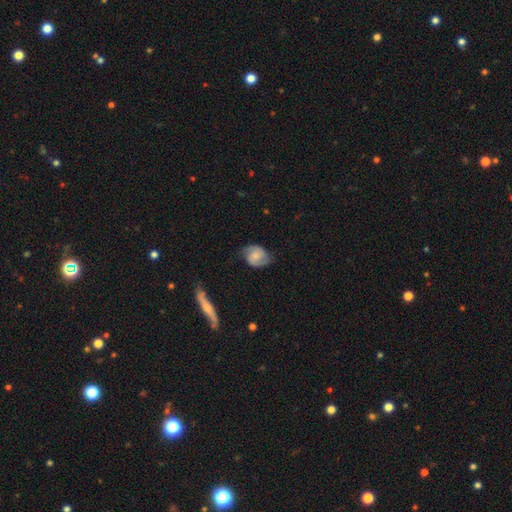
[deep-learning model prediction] featured or disk 66%, smooth 28%, star or artifact 7%. Down the decision tree: edge-on disk — no (97%); bar — no (56%); spiral arms — yes (92%); spiral arm count — 2 (88%); spiral winding — medium (48%); bulge size — small (46%); merging — none (72%).